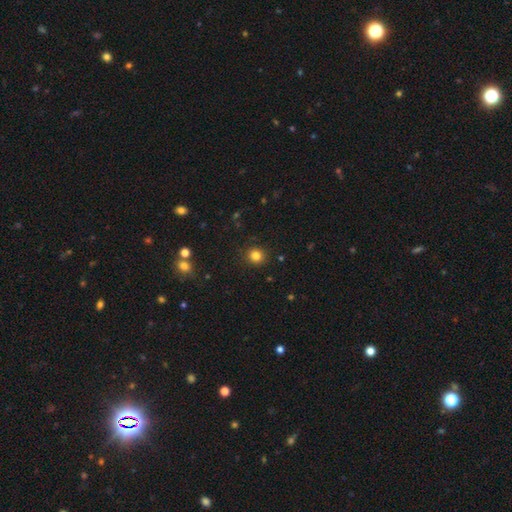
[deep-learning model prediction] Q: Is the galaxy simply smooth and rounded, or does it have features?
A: smooth — 82%.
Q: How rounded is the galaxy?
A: round — 90%.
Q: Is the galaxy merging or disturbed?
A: none — 90%.